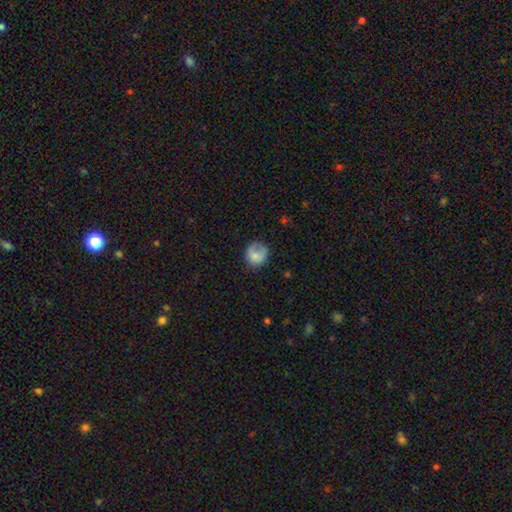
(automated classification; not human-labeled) smooth 78%, featured or disk 14%, star or artifact 9%. Down the decision tree: how rounded — round (78%); merging — none (57%).